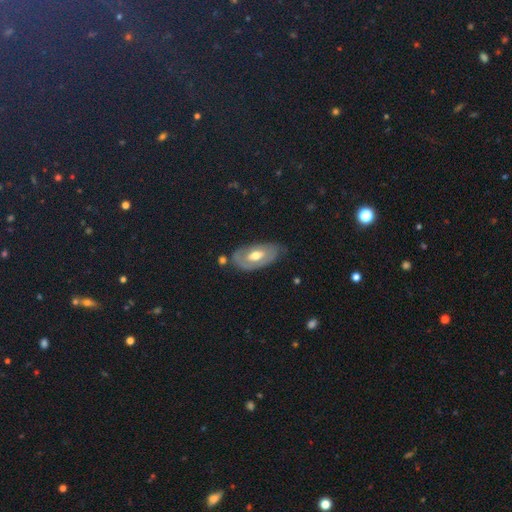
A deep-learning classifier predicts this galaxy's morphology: This appears to be a featured or disk galaxy (57%). Merging: none (68%).